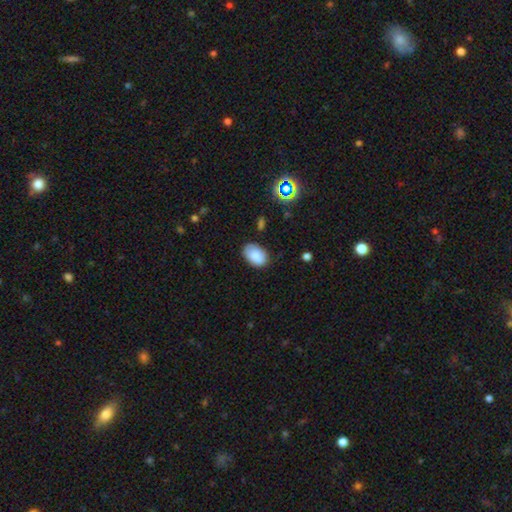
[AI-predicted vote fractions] Smooth or featured?
  - smooth: 83% *
  - featured or disk: 8%
  - star or artifact: 8%
How rounded?
  - in between: 87% *
  - round: 12%
  - cigar-shaped: 1%
Merging?
  - none: 74% *
  - minor disturbance: 20%
  - major disturbance: 4%
  - merger: 2%